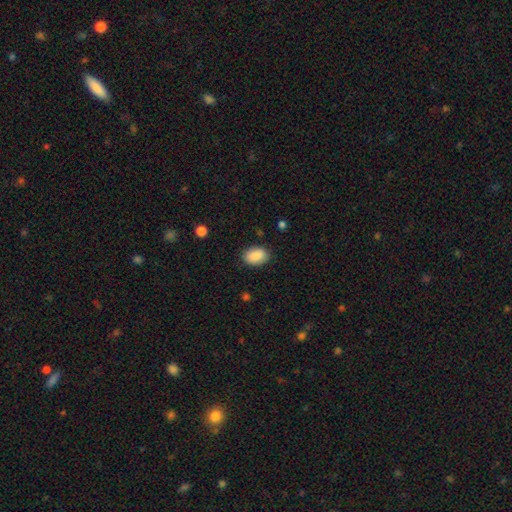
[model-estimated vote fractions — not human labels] Morphology: type=smooth (89%); roundness=in between (87%); merging=none (85%).